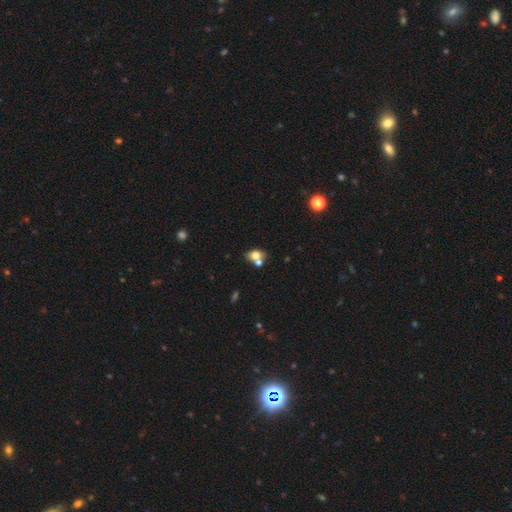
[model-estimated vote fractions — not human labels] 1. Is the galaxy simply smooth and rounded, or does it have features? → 71% smooth, 18% featured or disk, 11% star or artifact.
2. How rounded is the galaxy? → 67% in between, 31% round, 2% cigar-shaped.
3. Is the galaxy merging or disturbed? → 43% none, 41% merger, 11% minor disturbance, 4% major disturbance.